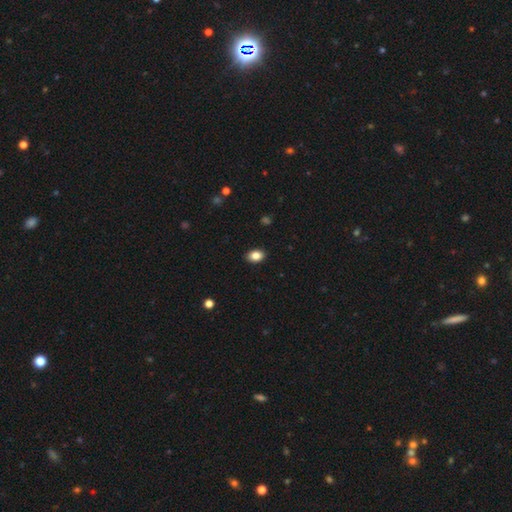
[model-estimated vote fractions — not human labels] smooth-or-featured: smooth: 86% | star or artifact: 9% | featured or disk: 6%
  how-rounded: in between: 81% | round: 17% | cigar-shaped: 1%
  merging: none: 90% | minor disturbance: 7% | major disturbance: 2% | merger: 1%